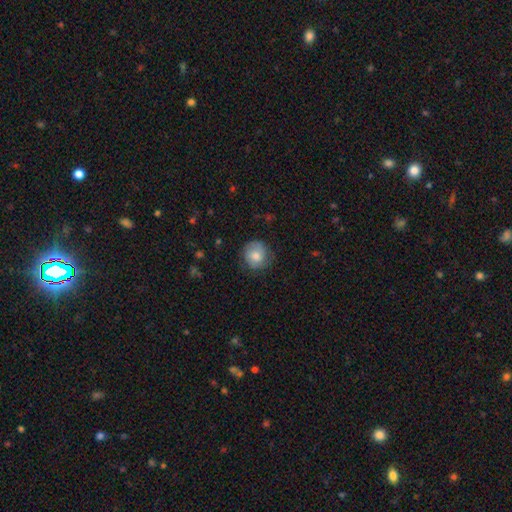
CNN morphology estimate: Q: Smooth or featured?
A: smooth (73%); runner-up: featured or disk (19%)
Q: How rounded?
A: round (89%); runner-up: in between (10%)
Q: Merging?
A: none (76%); runner-up: minor disturbance (18%)